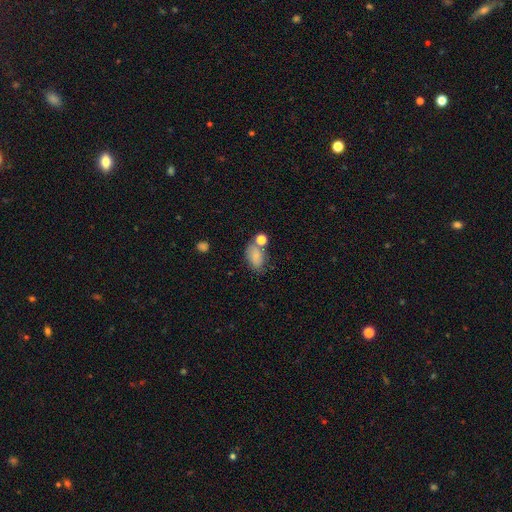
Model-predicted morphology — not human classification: Overall: smooth (75%). How rounded: in between (86%). Merging: none (51%; minor disturbance 21%).